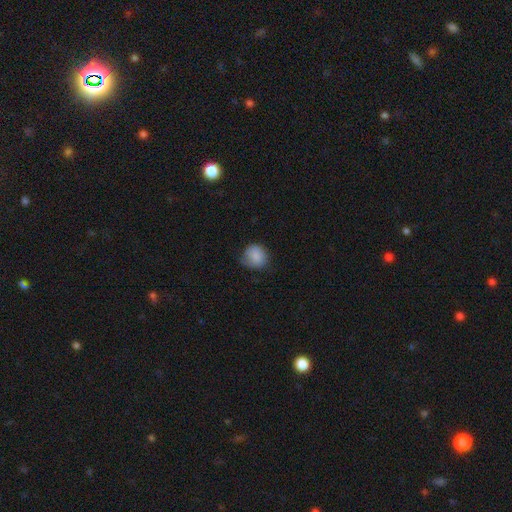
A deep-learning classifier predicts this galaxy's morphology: smooth-or-featured: smooth: 84% | featured or disk: 8% | star or artifact: 8%
  how-rounded: round: 80% | in between: 19% | cigar-shaped: 1%
  merging: none: 57% | minor disturbance: 32% | major disturbance: 10% | merger: 1%